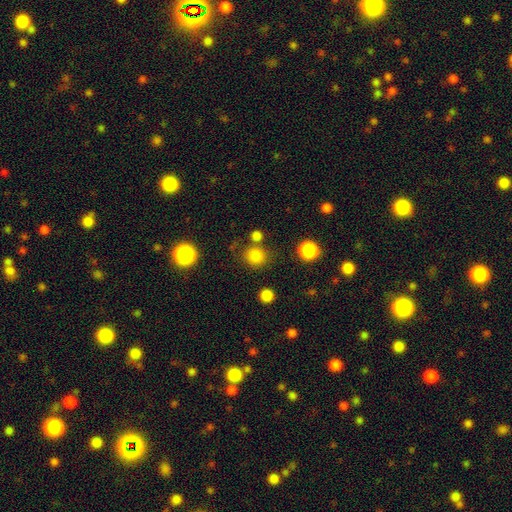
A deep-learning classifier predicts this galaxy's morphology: Q: Smooth or featured?
A: smooth (81%); runner-up: star or artifact (15%)
Q: How rounded?
A: round (91%); runner-up: in between (8%)
Q: Merging?
A: none (77%); runner-up: merger (10%)